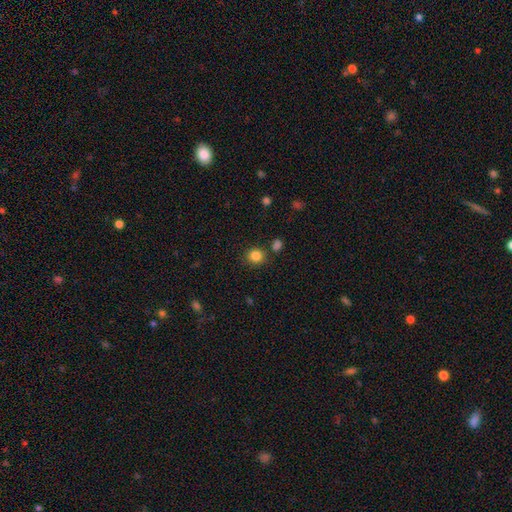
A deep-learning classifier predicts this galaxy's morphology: Q: Smooth or featured?
A: smooth (84%); runner-up: star or artifact (11%)
Q: How rounded?
A: round (84%); runner-up: in between (15%)
Q: Merging?
A: none (84%); runner-up: minor disturbance (8%)